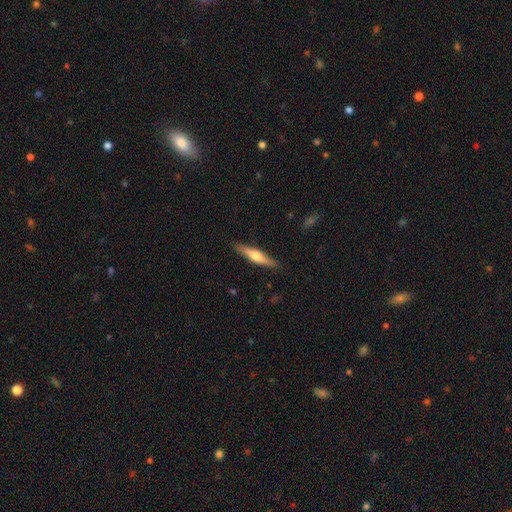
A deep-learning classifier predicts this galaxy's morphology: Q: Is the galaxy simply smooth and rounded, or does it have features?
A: featured or disk — 53%.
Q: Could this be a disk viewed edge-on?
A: yes — 95%.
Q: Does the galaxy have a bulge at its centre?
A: rounded — 89%.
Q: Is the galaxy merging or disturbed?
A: none — 89%.